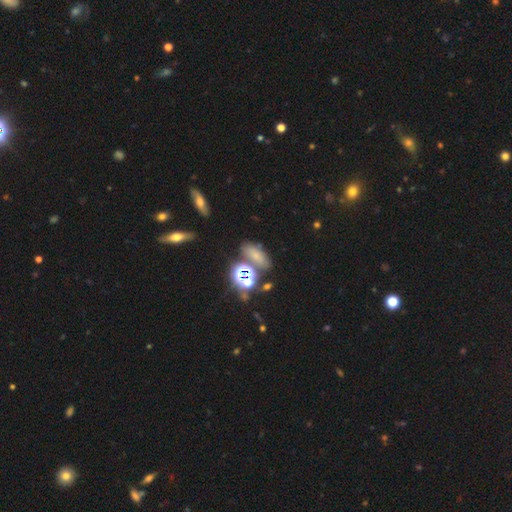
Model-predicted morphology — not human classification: Overall: smooth (53%; star or artifact 34%). How rounded: in between (68%). Merging: none (64%).